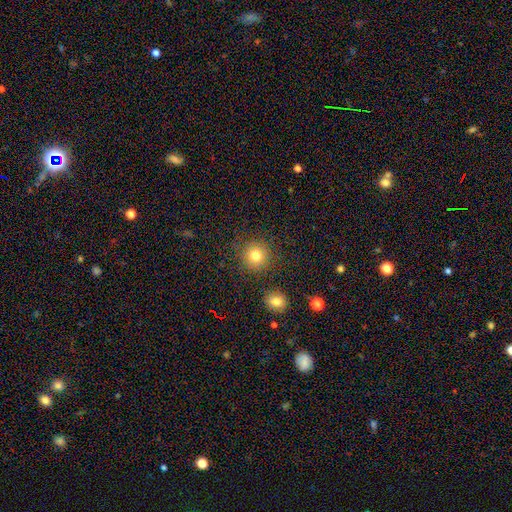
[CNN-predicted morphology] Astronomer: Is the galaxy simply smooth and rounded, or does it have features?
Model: smooth — 80%.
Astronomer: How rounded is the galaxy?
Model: round — 93%.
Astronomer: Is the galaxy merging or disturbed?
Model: none — 84%.